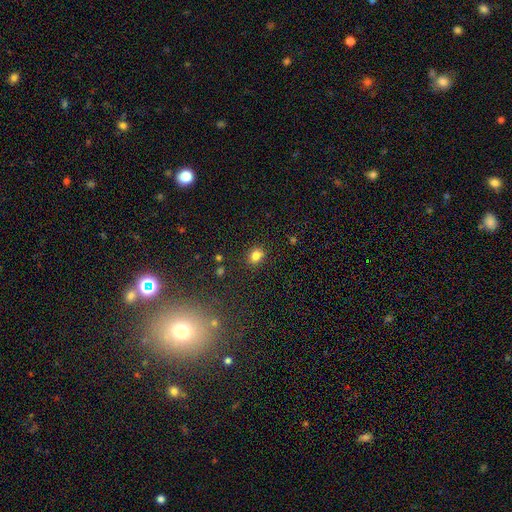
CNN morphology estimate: smooth-or-featured: smooth: 81% | star or artifact: 12% | featured or disk: 6%
  how-rounded: round: 54% | in between: 45% | cigar-shaped: 1%
  merging: none: 84% | minor disturbance: 11% | merger: 3% | major disturbance: 3%